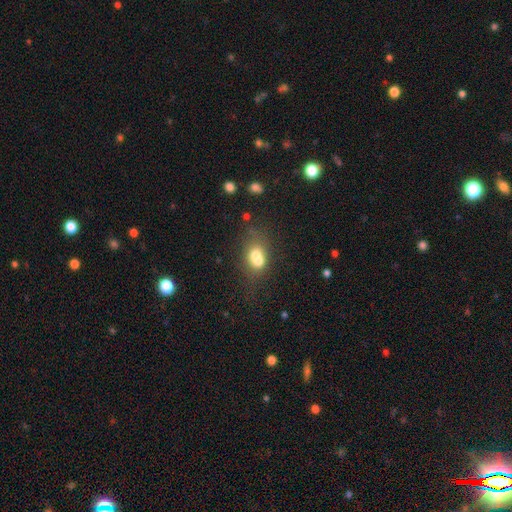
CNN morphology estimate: Smooth or featured?
  - smooth: 64% *
  - featured or disk: 24%
  - star or artifact: 11%
How rounded?
  - in between: 53% *
  - round: 45%
  - cigar-shaped: 2%
Merging?
  - merger: 59% *
  - none: 27%
  - minor disturbance: 9%
  - major disturbance: 5%